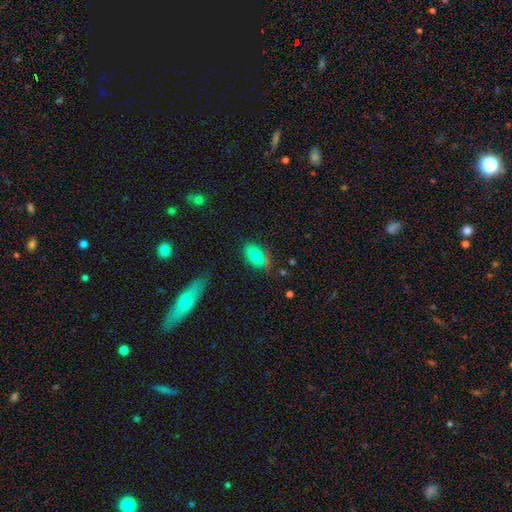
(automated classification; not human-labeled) Overall: smooth (76%). How rounded: in between (90%). Merging: none (72%).